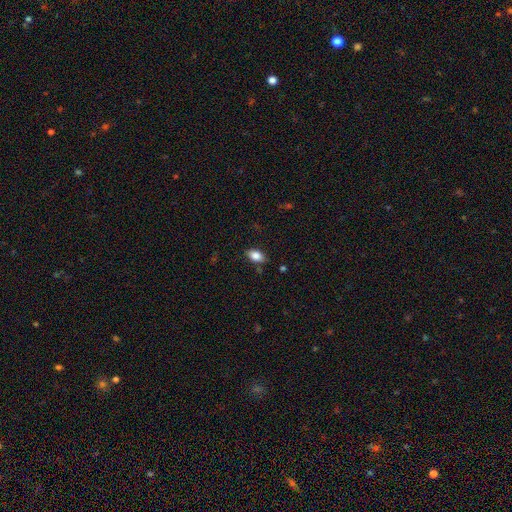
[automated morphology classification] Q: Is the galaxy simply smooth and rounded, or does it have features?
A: smooth — 85%.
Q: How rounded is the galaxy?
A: in between — 90%.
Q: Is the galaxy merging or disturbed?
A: none — 82%.